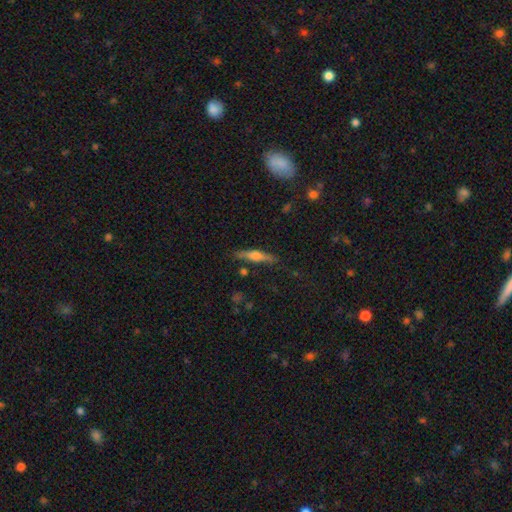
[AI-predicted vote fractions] smooth_or_featured: featured or disk (p=0.53) [alt: smooth p=0.40]
disk_edge_on: yes (p=0.95) [alt: no p=0.05]
edge_on_bulge: rounded (p=0.85) [alt: boxy p=0.09]
merging: none (p=0.83) [alt: minor disturbance p=0.12]